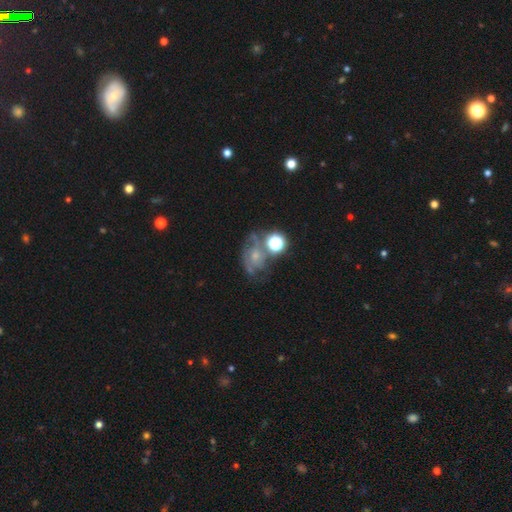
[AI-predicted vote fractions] A featured or disk galaxy (50%).

Vote fractions:
- Smooth or featured? featured or disk: 50% / smooth: 29% / star or artifact: 21%
- Edge-on disk? no: 96% / yes: 4%
- Merging? none: 43% / minor disturbance: 20% / major disturbance: 19% / merger: 18%